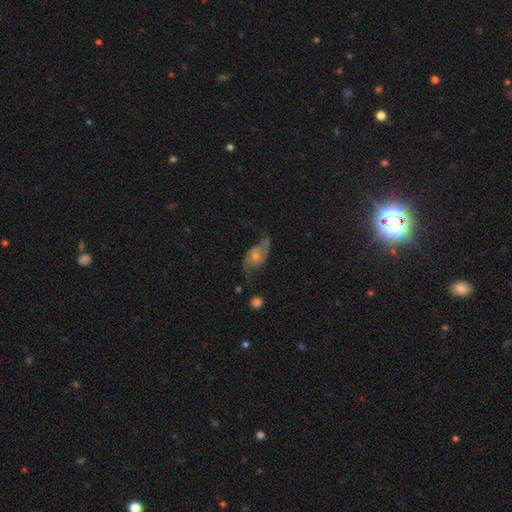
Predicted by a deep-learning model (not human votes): Smooth or featured: featured or disk — 79% (smooth — 12%)
Edge-on disk: no — 95% (yes — 5%)
Bar: no — 65% (weak — 29%)
Spiral arms: yes — 93% (no — 7%)
Spiral winding: loose — 59% (medium — 32%)
Spiral arm count: 2 — 90% (can't tell — 4%)
Bulge size: small — 51% (moderate — 41%)
Merging: none — 63% (minor disturbance — 20%)